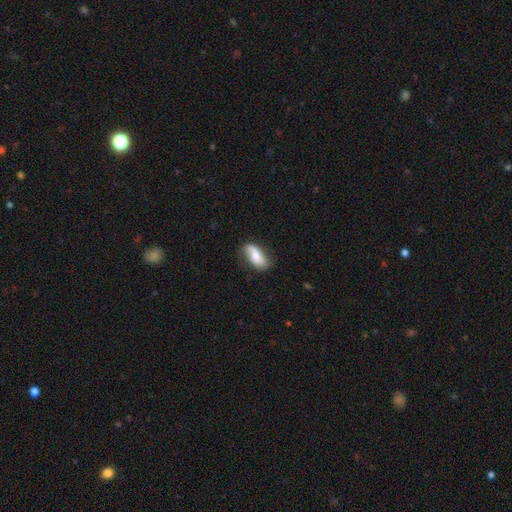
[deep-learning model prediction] Smooth or featured: smooth — 54% (featured or disk — 39%)
How rounded: in between — 86% (cigar-shaped — 10%)
Merging: none — 65% (minor disturbance — 25%)